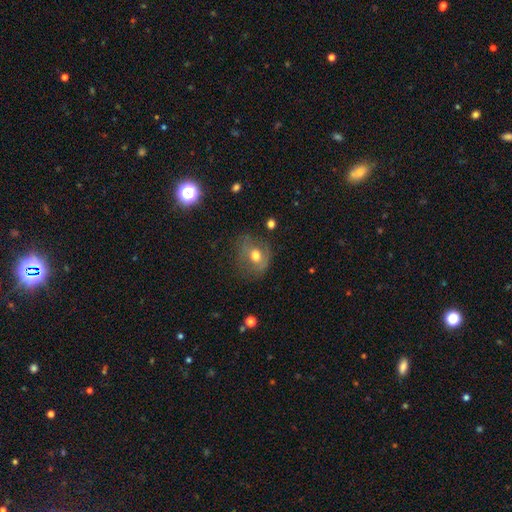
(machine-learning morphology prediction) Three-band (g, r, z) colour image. It shows a smooth galaxy with no disk features (55%) that is round (62%). Merging: none (57%).